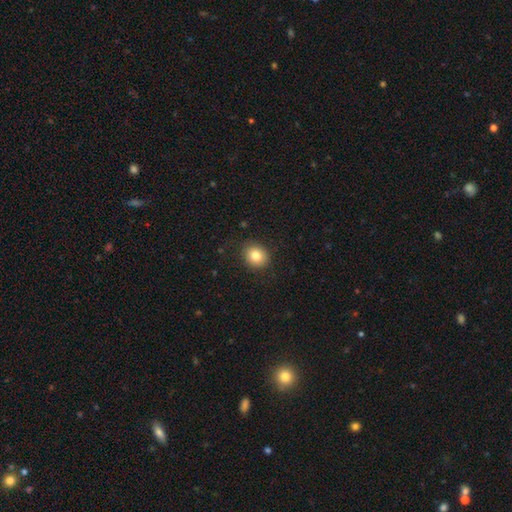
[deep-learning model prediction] The model was most divided on "how rounded": round: 70%, in between: 29%, cigar-shaped: 1%. More confident: merging — none (88%); smooth or featured — smooth (82%).